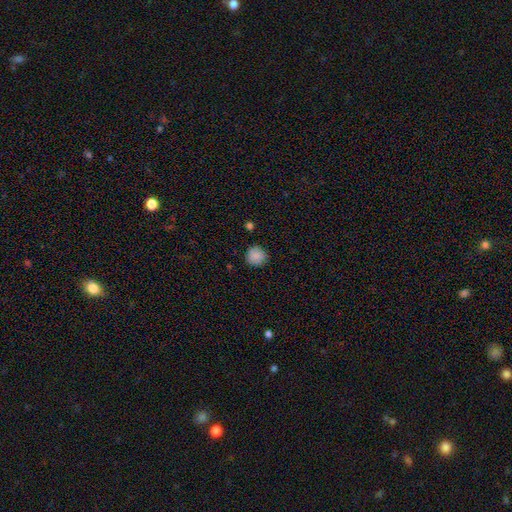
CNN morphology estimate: smooth_or_featured: smooth (p=0.87) [alt: star or artifact p=0.08]
how_rounded: round (p=0.92) [alt: in between p=0.07]
merging: none (p=0.86) [alt: minor disturbance p=0.10]